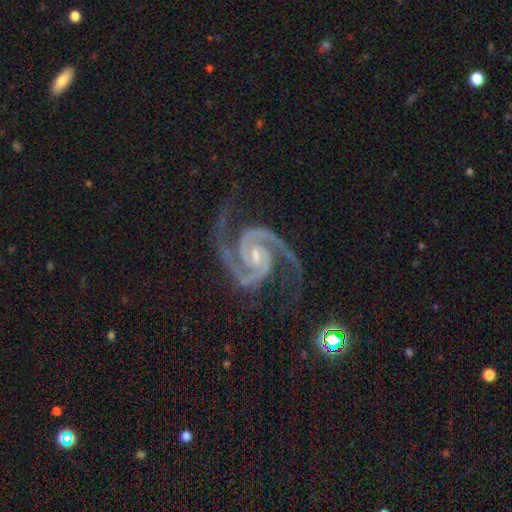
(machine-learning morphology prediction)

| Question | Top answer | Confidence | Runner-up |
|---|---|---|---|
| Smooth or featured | featured or disk | 95% | star or artifact (4%) |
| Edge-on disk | no | 98% | yes (2%) |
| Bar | no | 44% | weak (39%) |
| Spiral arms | yes | 99% | no (1%) |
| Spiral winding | medium | 56% | tight (38%) |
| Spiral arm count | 2 | 92% | 3 (3%) |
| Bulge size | small | 61% | moderate (30%) |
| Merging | none | 74% | minor disturbance (16%) |